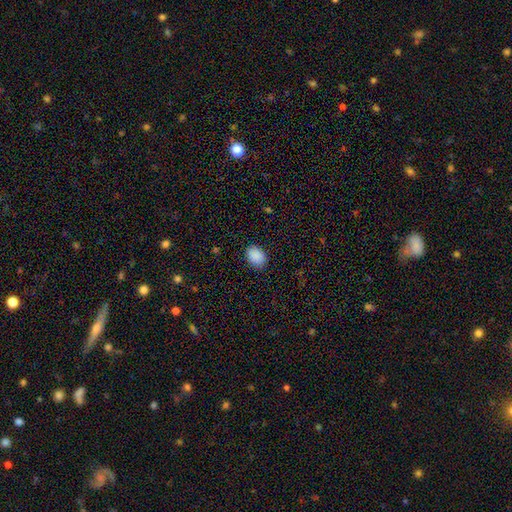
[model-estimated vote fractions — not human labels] Overall: smooth (90%). How rounded: in between (73%). Merging: none (88%).